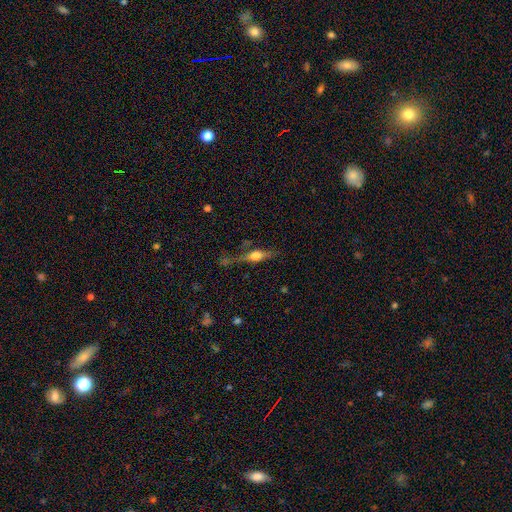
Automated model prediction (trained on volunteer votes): Q: Smooth or featured?
A: featured or disk (61%); runner-up: smooth (30%)
Q: Edge-on disk?
A: yes (94%); runner-up: no (6%)
Q: Edge-on bulge?
A: rounded (89%); runner-up: boxy (9%)
Q: Merging?
A: none (66%); runner-up: minor disturbance (19%)